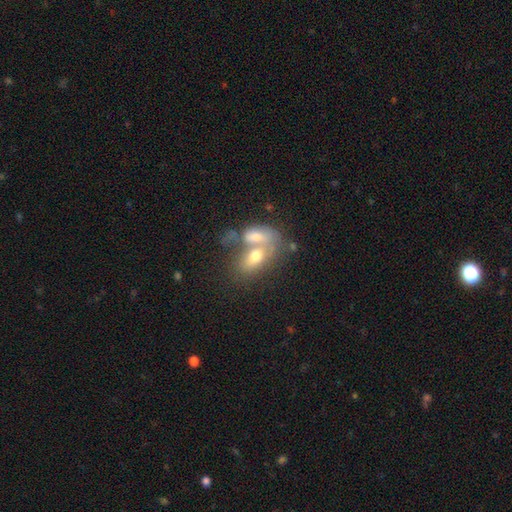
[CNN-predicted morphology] type=smooth (64%); roundness=in between (87%); merging=merger (65%).